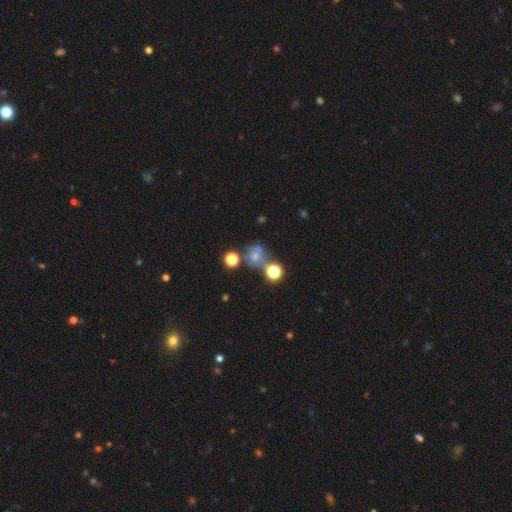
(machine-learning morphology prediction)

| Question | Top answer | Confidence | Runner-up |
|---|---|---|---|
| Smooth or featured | smooth | 58% | star or artifact (24%) |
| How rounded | round | 68% | in between (31%) |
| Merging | none | 42% | merger (29%) |